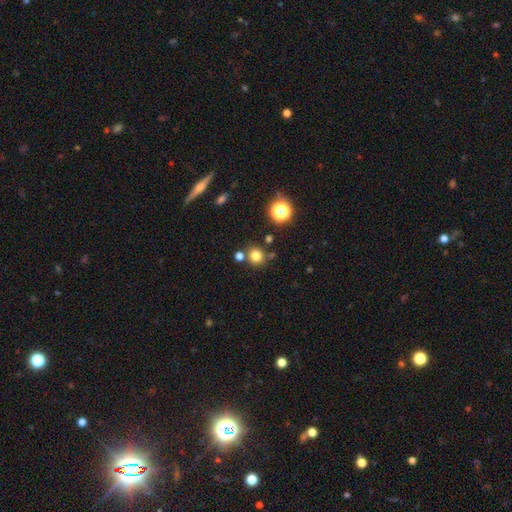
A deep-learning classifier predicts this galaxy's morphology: Smooth or featured? Predicted: smooth (p=0.77). How rounded? Predicted: round (p=0.90). Merging? Predicted: none (p=0.78).